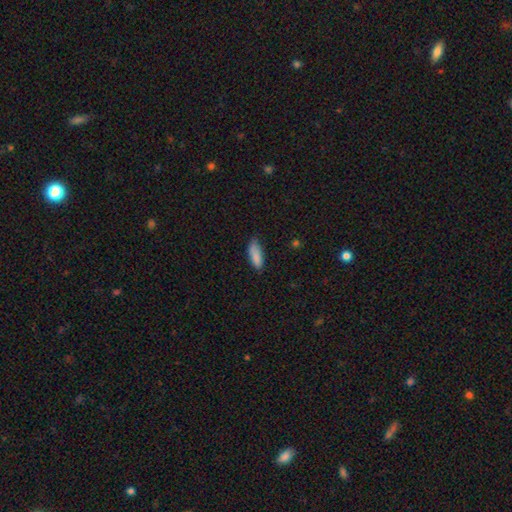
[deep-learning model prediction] This is clearly a smooth galaxy (87%). How rounded: likely in between (70%). Merging: likely none (69%).